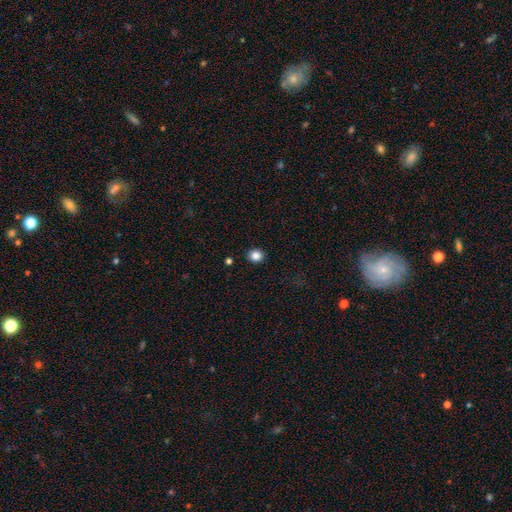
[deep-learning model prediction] A smooth galaxy with no disk features (85%) that is round (76%).

Vote fractions:
- Smooth or featured? smooth: 85% / star or artifact: 11% / featured or disk: 4%
- How rounded? round: 76% / in between: 23% / cigar-shaped: 1%
- Merging? none: 91% / minor disturbance: 6% / major disturbance: 2% / merger: 1%